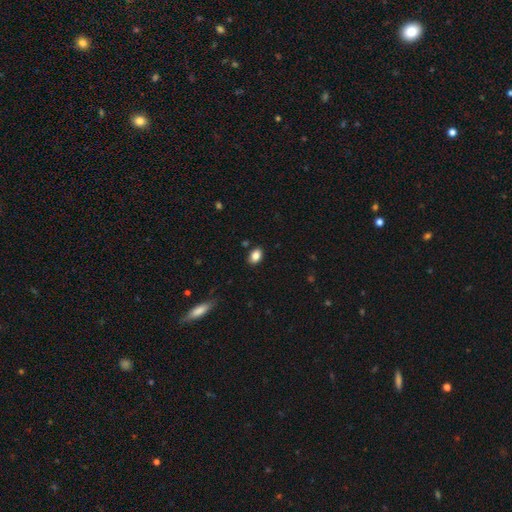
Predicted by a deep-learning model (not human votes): Smooth or featured: smooth — 86% (star or artifact — 9%)
How rounded: in between — 82% (round — 17%)
Merging: none — 86% (minor disturbance — 10%)